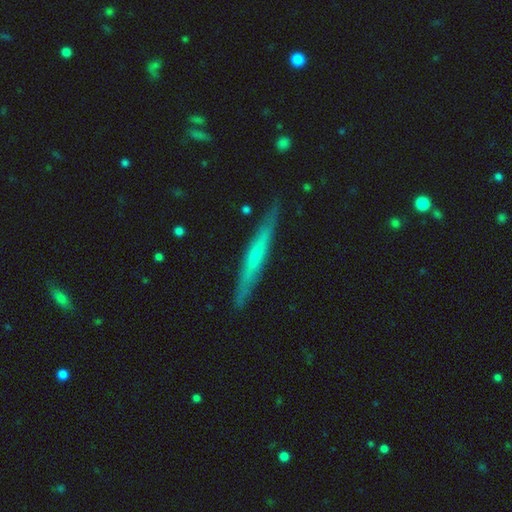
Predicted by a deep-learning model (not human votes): smooth_or_featured: featured or disk (p=0.57) [alt: smooth p=0.37]
disk_edge_on: yes (p=0.95) [alt: no p=0.05]
edge_on_bulge: none (p=0.62) [alt: rounded p=0.31]
merging: none (p=0.88) [alt: minor disturbance p=0.09]